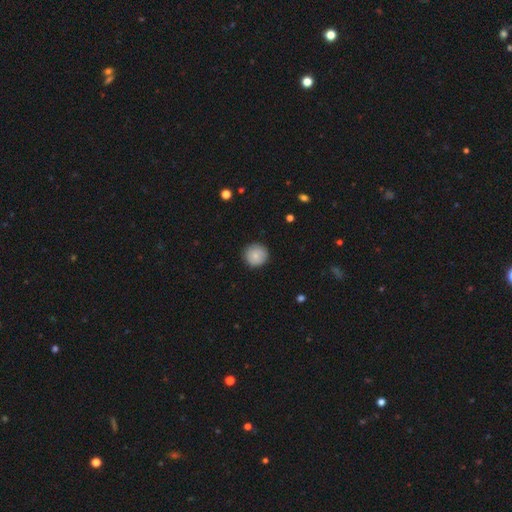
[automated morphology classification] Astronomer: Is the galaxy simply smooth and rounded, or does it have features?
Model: smooth — 82%.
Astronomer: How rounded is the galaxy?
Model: round — 95%.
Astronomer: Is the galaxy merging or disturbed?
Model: none — 90%.